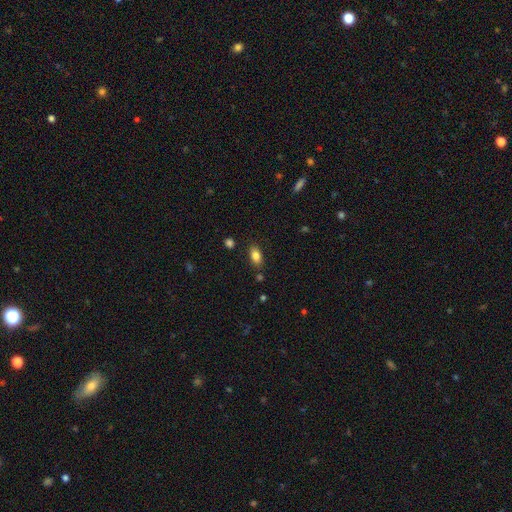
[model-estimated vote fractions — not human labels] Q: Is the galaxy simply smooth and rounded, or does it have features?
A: smooth — 84%.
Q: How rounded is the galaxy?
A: in between — 89%.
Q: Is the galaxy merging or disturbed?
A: none — 83%.